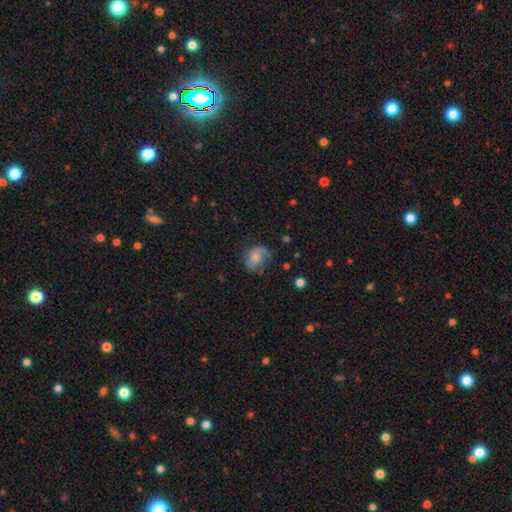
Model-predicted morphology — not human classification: Q: Smooth or featured?
A: featured or disk (63%); runner-up: smooth (28%)
Q: Edge-on disk?
A: no (97%); runner-up: yes (3%)
Q: Bar?
A: no (65%); runner-up: weak (30%)
Q: Spiral arms?
A: yes (91%); runner-up: no (9%)
Q: Spiral winding?
A: medium (44%); runner-up: loose (32%)
Q: Spiral arm count?
A: 2 (61%); runner-up: 1 (26%)
Q: Bulge size?
A: moderate (45%); runner-up: small (35%)
Q: Merging?
A: none (61%); runner-up: minor disturbance (23%)